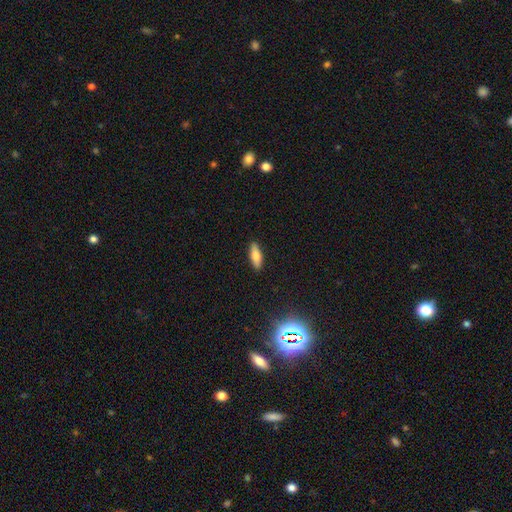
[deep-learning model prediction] This appears to be a smooth galaxy with no disk features (71%) that is in between round and cigar-shaped (62%). Merging: none (90%).